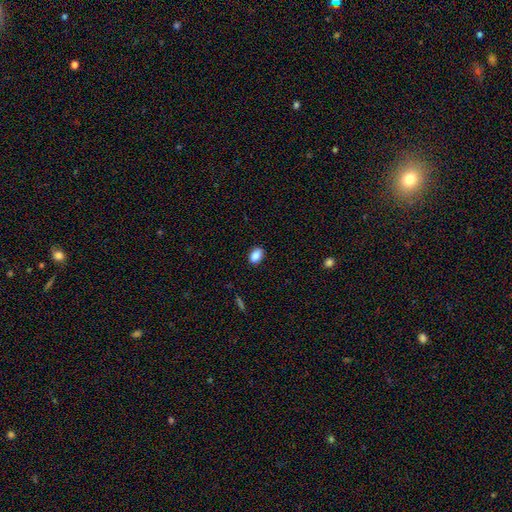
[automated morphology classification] Overall: smooth (88%). How rounded: in between (87%). Merging: none (87%).